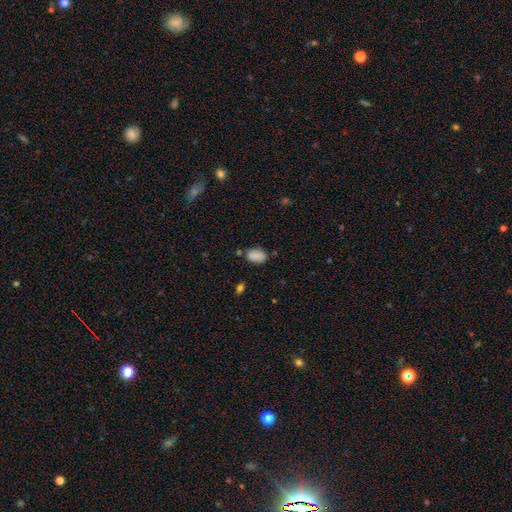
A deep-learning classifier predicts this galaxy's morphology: smooth-or-featured: smooth: 85% | star or artifact: 9% | featured or disk: 6%
  how-rounded: in between: 88% | round: 10% | cigar-shaped: 1%
  merging: none: 70% | minor disturbance: 20% | merger: 6% | major disturbance: 4%